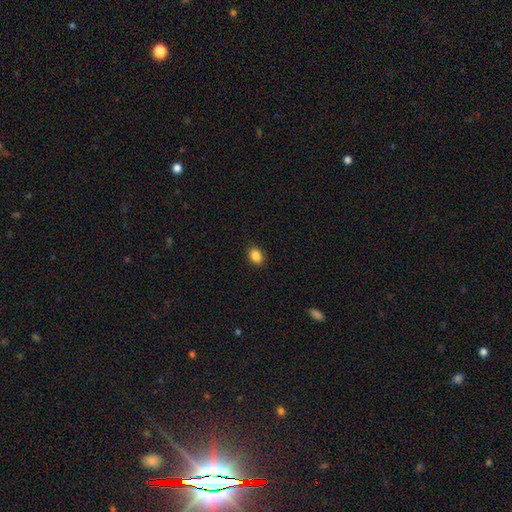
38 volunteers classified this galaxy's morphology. Smooth or featured?
  - smooth: 95% *
  - featured or disk: 3%
  - star or artifact: 3%
How rounded?
  - in between: 75% *
  - round: 19%
  - cigar-shaped: 6%
Merging?
  - none: 89% *
  - minor disturbance: 5%
  - major disturbance: 3%
  - merger: 3%